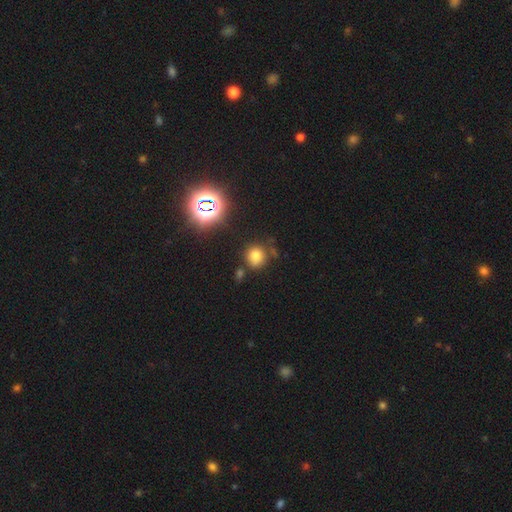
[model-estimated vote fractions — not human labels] Smooth or featured? Predicted: smooth (p=0.72). How rounded? Predicted: round (p=0.85). Merging? Predicted: none (p=0.74).